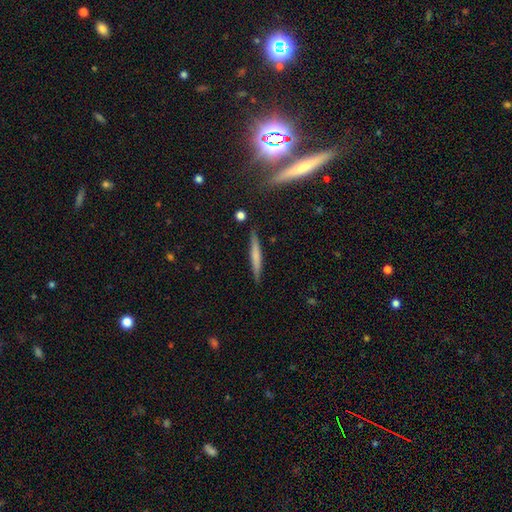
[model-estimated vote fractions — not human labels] Smooth or featured: smooth — 56% (featured or disk — 38%)
How rounded: cigar-shaped — 95% (in between — 4%)
Merging: none — 88% (minor disturbance — 9%)